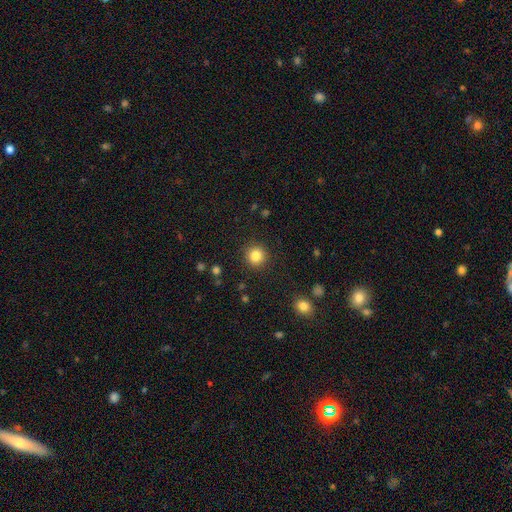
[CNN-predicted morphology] smooth_or_featured: smooth (p=0.84) [alt: star or artifact p=0.11]
how_rounded: round (p=0.94) [alt: in between p=0.05]
merging: none (p=0.91) [alt: minor disturbance p=0.06]